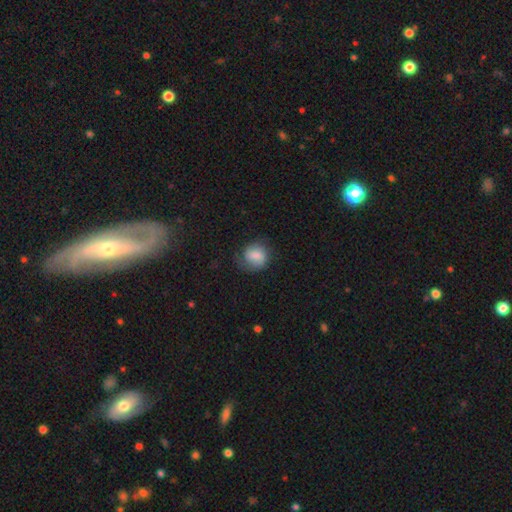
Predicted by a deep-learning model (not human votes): Smooth or featured: smooth — 70% (featured or disk — 22%)
How rounded: round — 71% (in between — 28%)
Merging: none — 60% (minor disturbance — 25%)